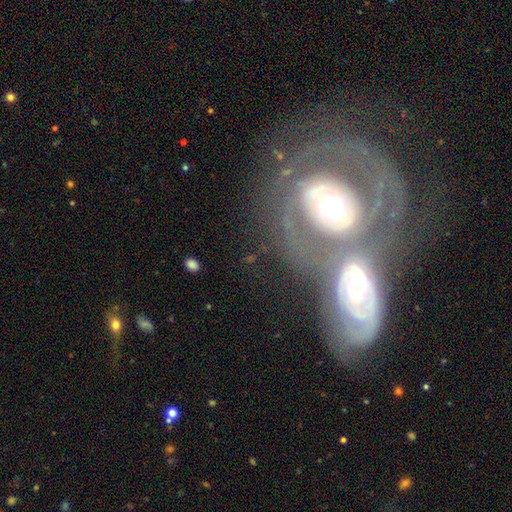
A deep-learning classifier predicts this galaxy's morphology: A featured or disk galaxy (74%) with no bar (63%), spiral arms (64%) and a moderate central bulge (60%). Merging: merger (52%).